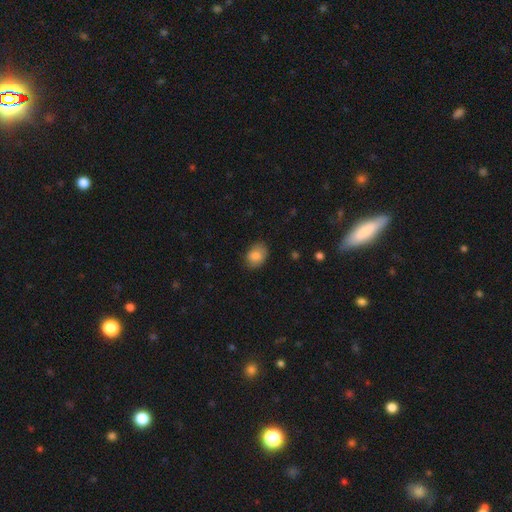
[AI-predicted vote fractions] Overall: smooth (84%). How rounded: in between (68%; round 31%). Merging: none (77%).